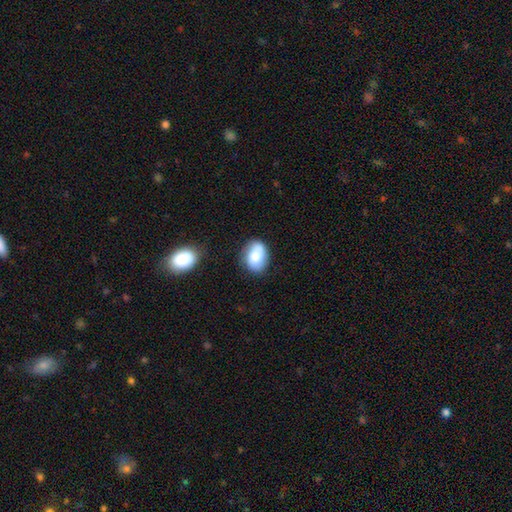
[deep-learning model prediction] This appears to be a smooth galaxy with no disk features (73%) that is in between round and cigar-shaped (75%). Merging: none (71%).